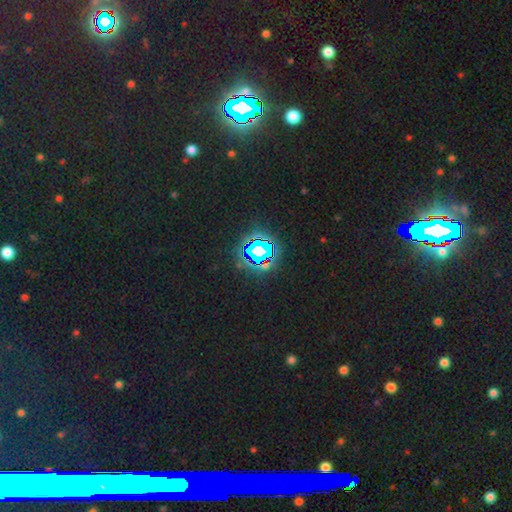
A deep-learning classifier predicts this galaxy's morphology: type=star or artifact (81%).